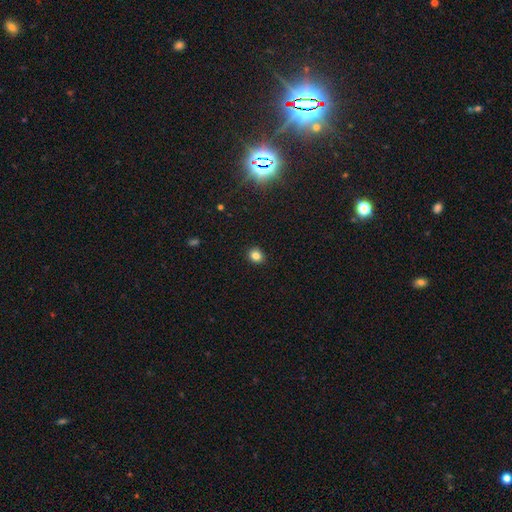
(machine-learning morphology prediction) This appears to be a smooth galaxy with no disk features (83%) that is round (76%). Merging: none (91%).